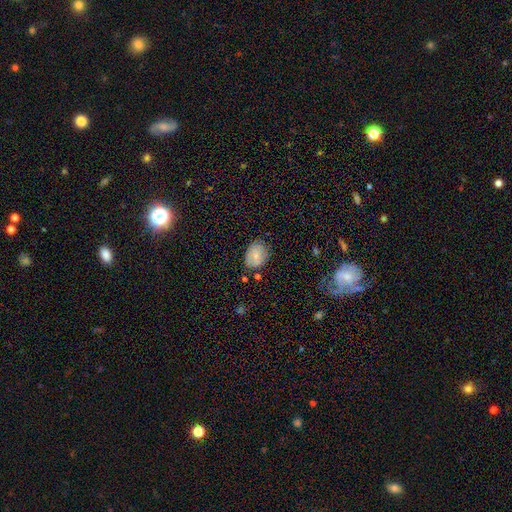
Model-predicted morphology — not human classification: The model was most divided on "how rounded": in between: 67%, round: 32%, cigar-shaped: 1%. More confident: smooth or featured — smooth (74%); merging — none (68%).